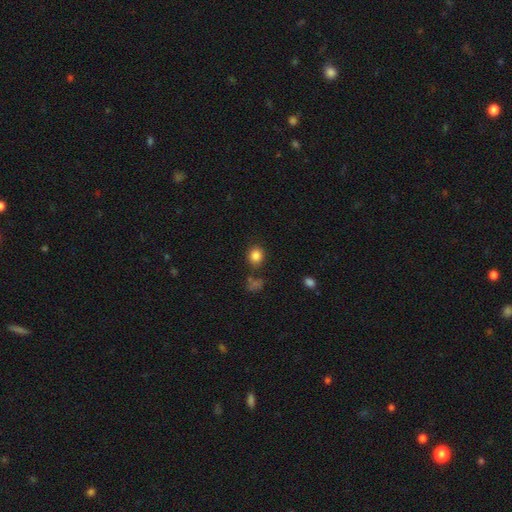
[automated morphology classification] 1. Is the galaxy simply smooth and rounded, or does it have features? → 84% smooth, 11% star or artifact, 5% featured or disk.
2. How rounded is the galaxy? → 72% round, 27% in between, 1% cigar-shaped.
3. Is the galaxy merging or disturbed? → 79% none, 10% minor disturbance, 6% merger, 4% major disturbance.